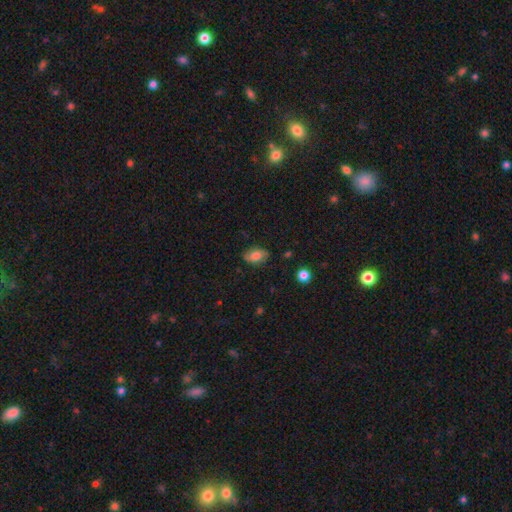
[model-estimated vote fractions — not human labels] A smooth galaxy with no disk features (68%) that is in between round and cigar-shaped (86%).

Vote fractions:
- Smooth or featured? smooth: 68% / featured or disk: 23% / star or artifact: 9%
- How rounded? in between: 86% / round: 12% / cigar-shaped: 2%
- Merging? none: 76% / minor disturbance: 18% / major disturbance: 4% / merger: 1%